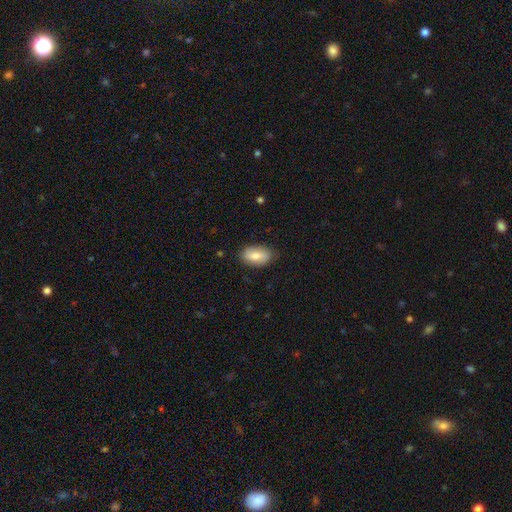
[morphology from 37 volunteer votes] Volunteers were most divided on "smooth or featured": smooth: 81%, featured or disk: 16%, star or artifact: 3%. More confident: how rounded — in between (97%); merging — none (89%).